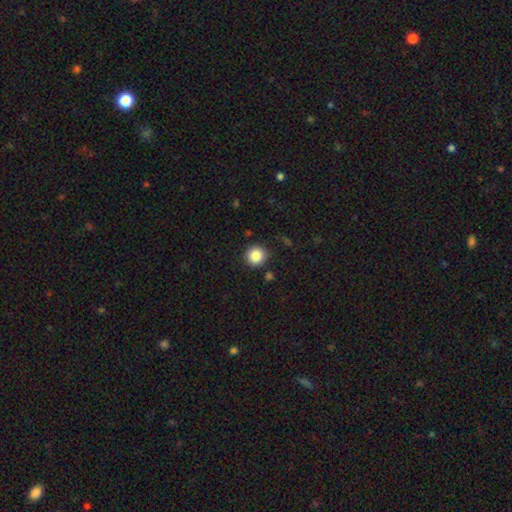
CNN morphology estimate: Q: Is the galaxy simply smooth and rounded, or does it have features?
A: smooth — 86%.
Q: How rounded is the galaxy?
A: round — 94%.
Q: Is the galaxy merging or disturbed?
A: none — 90%.